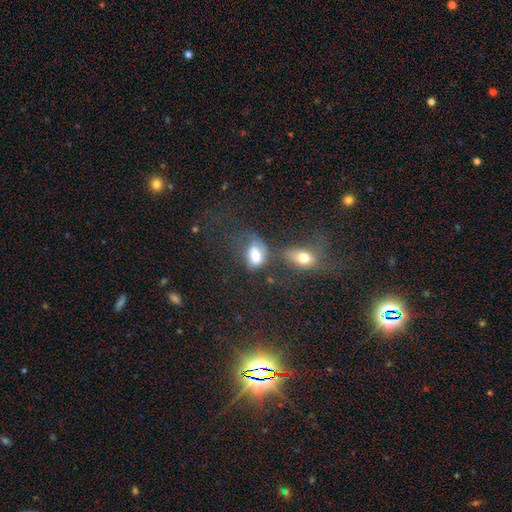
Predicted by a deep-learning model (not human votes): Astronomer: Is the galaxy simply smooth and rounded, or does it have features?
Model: smooth — 70%.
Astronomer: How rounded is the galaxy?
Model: in between — 80%.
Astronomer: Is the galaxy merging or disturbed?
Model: merger — 31% (runner-up: none, 30%).